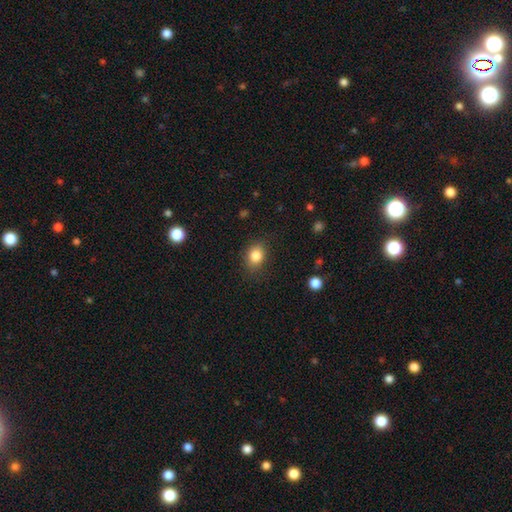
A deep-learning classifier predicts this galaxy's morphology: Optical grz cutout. It shows a smooth galaxy with no disk features (84%) that is in between round and cigar-shaped (53%). Merging: none (80%).